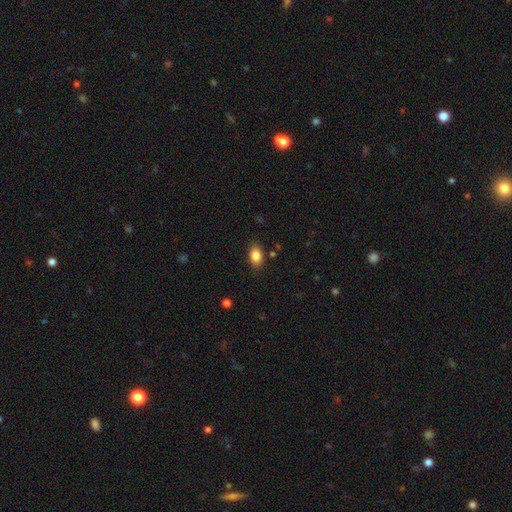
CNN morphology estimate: A smooth galaxy with no disk features (86%) that is in between round and cigar-shaped (82%).

Vote fractions:
- Smooth or featured? smooth: 86% / star or artifact: 9% / featured or disk: 6%
- How rounded? in between: 82% / round: 17% / cigar-shaped: 2%
- Merging? none: 85% / minor disturbance: 11% / major disturbance: 3% / merger: 1%